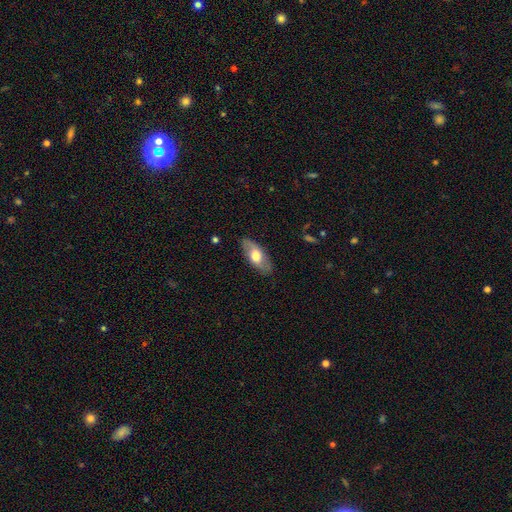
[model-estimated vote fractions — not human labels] smooth-or-featured: smooth: 56% | featured or disk: 38% | star or artifact: 6%
  how-rounded: in between: 84% | cigar-shaped: 12% | round: 3%
  merging: none: 83% | minor disturbance: 13% | major disturbance: 3% | merger: 1%